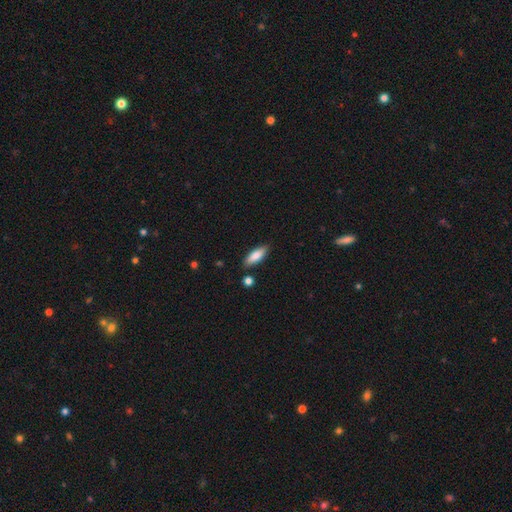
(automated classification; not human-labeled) Smooth or featured: smooth — 77% (featured or disk — 17%)
How rounded: in between — 59% (cigar-shaped — 39%)
Merging: none — 84% (minor disturbance — 11%)